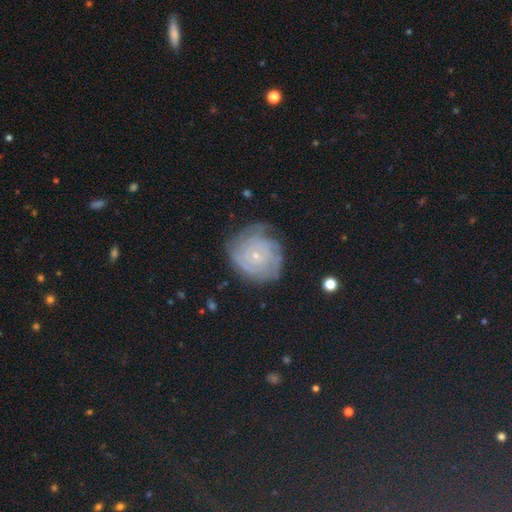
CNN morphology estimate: A featured or disk galaxy (78%) with no bar (82%), tight (80%) spiral arms (94%) and a small central bulge (84%).

Vote fractions:
- Smooth or featured? featured or disk: 78% / smooth: 13% / star or artifact: 8%
- Edge-on disk? no: 97% / yes: 3%
- Bar? no: 82% / weak: 14% / strong: 3%
- Spiral arms? yes: 94% / no: 6%
- Spiral winding? tight: 80% / medium: 16% / loose: 4%
- Spiral arm count? can't tell: 39% / 4: 16% / 3: 16% / 2: 13% / more than 4: 9% / 1: 7%
- Bulge size? small: 84% / moderate: 12% / none: 2% / large: 1% / dominant: 1%
- Merging? none: 71% / minor disturbance: 20% / major disturbance: 7% / merger: 1%